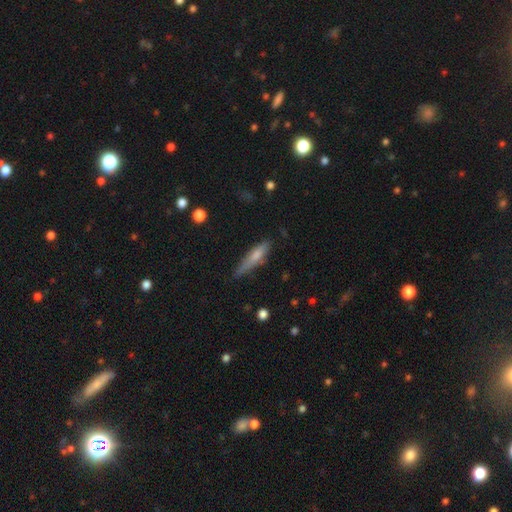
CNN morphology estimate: smooth-or-featured: smooth: 65% | featured or disk: 28% | star or artifact: 7%
  how-rounded: cigar-shaped: 80% | in between: 18% | round: 2%
  merging: none: 59% | minor disturbance: 31% | major disturbance: 7% | merger: 3%